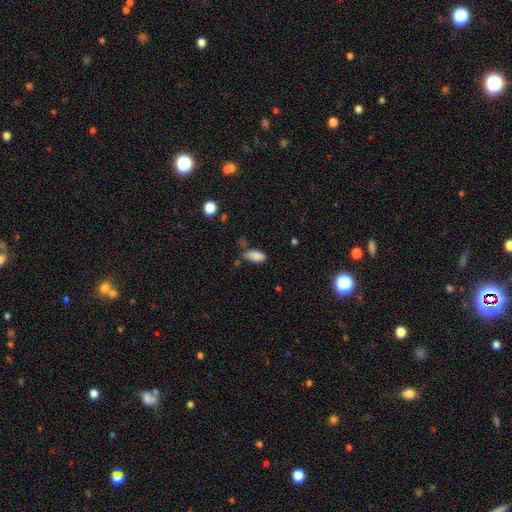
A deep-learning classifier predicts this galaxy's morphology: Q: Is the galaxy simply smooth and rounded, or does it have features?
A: smooth — 84%.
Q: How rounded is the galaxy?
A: in between — 88%.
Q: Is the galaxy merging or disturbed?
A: none — 52%.